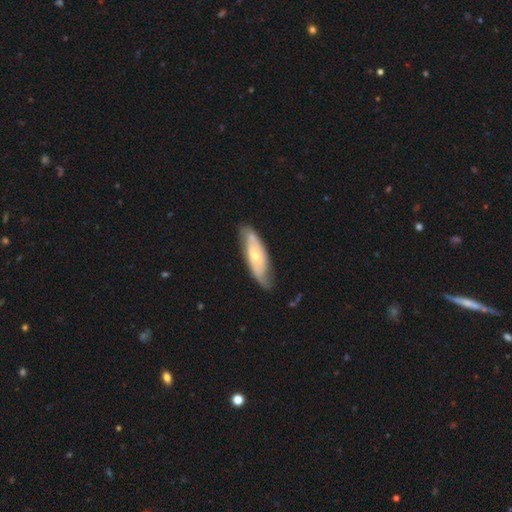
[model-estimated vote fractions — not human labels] Q: Smooth or featured?
A: featured or disk (67%); runner-up: smooth (27%)
Q: Edge-on disk?
A: no (79%); runner-up: yes (21%)
Q: Bar?
A: no (68%); runner-up: weak (25%)
Q: Spiral arms?
A: yes (81%); runner-up: no (19%)
Q: Bulge size?
A: small (59%); runner-up: moderate (37%)
Q: Merging?
A: none (69%); runner-up: minor disturbance (22%)